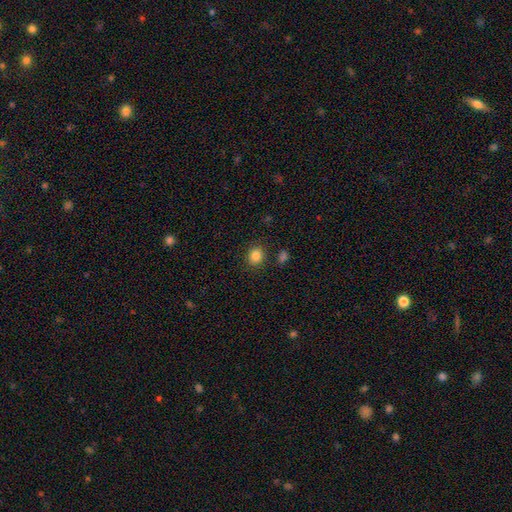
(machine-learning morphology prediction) This appears to be a smooth galaxy with no disk features (84%) that is round (69%). Merging: none (85%).